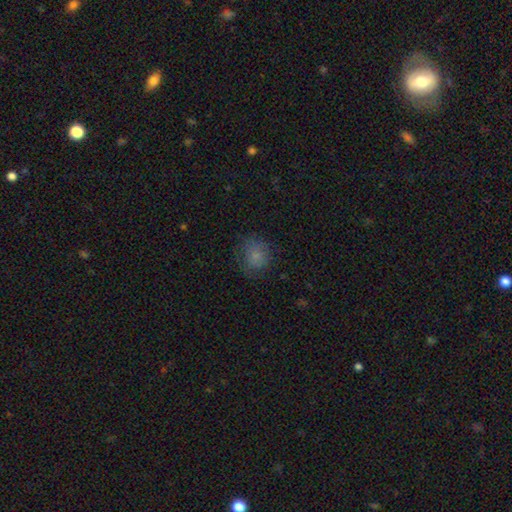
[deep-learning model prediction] A smooth galaxy with no disk features (79%) that is round (79%). Merging: none (70%).